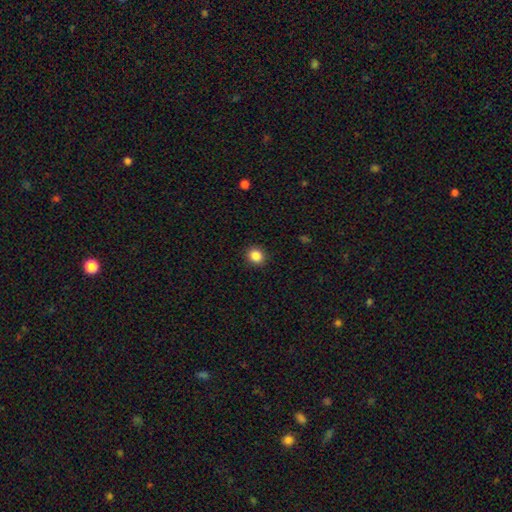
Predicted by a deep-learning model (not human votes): This is clearly a smooth galaxy (87%). How rounded: likely round (73%). Merging: clearly none (91%).